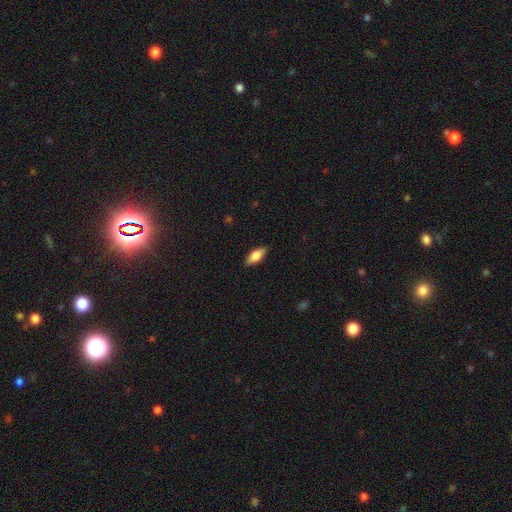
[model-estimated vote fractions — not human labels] This is likely a smooth galaxy (71%). How rounded: likely in between (76%). Merging: clearly none (87%).